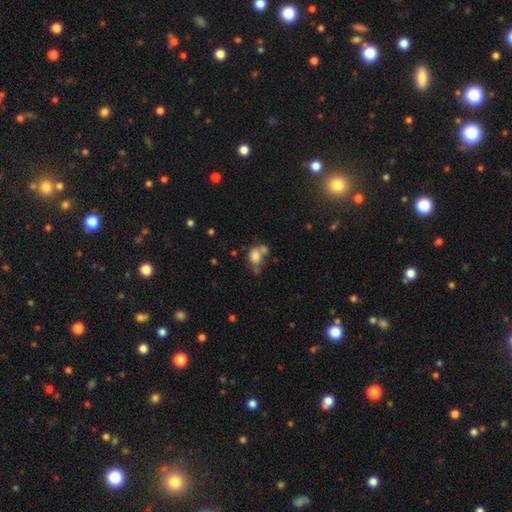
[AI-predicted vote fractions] smooth-or-featured: smooth: 74% | featured or disk: 15% | star or artifact: 11%
  how-rounded: in between: 69% | round: 29% | cigar-shaped: 2%
  merging: merger: 41% | none: 29% | minor disturbance: 17% | major disturbance: 13%